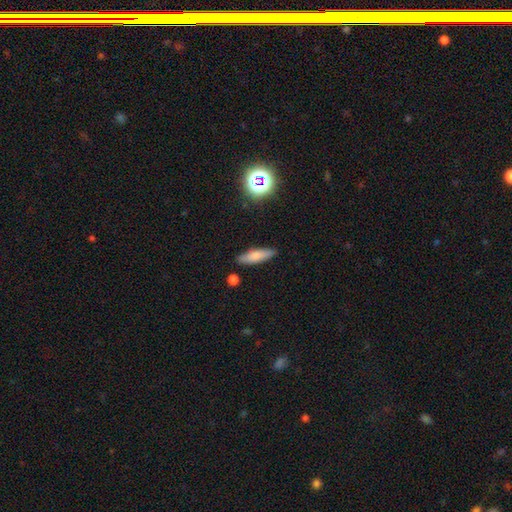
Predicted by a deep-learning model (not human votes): A smooth galaxy with no disk features (74%) that is cigar-shaped (60%).

Vote fractions:
- Smooth or featured? smooth: 74% / featured or disk: 18% / star or artifact: 8%
- How rounded? cigar-shaped: 60% / in between: 37% / round: 2%
- Merging? none: 86% / minor disturbance: 10% / major disturbance: 2% / merger: 2%